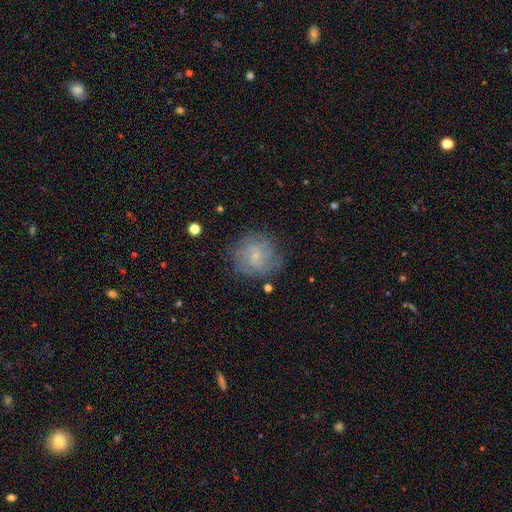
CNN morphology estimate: type=featured or disk (45%); merging=none (71%).